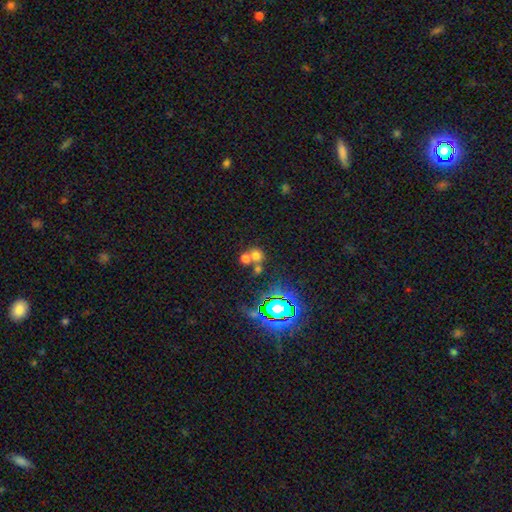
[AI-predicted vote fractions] Smooth or featured: smooth — 61% (star or artifact — 26%)
How rounded: round — 80% (in between — 19%)
Merging: merger — 51% (none — 40%)